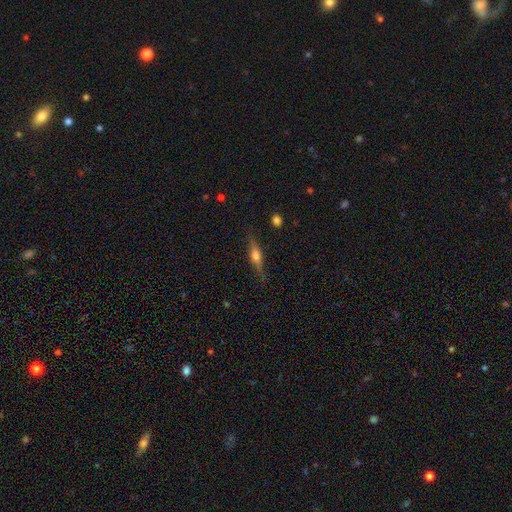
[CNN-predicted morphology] A featured or disk galaxy (60%) viewed edge-on (95%) with a rounded central bulge (89%).

Vote fractions:
- Smooth or featured? featured or disk: 60% / smooth: 33% / star or artifact: 7%
- Edge-on disk? yes: 95% / no: 5%
- Edge-on bulge? rounded: 89% / boxy: 7% / none: 4%
- Merging? none: 83% / minor disturbance: 13% / major disturbance: 3% / merger: 1%